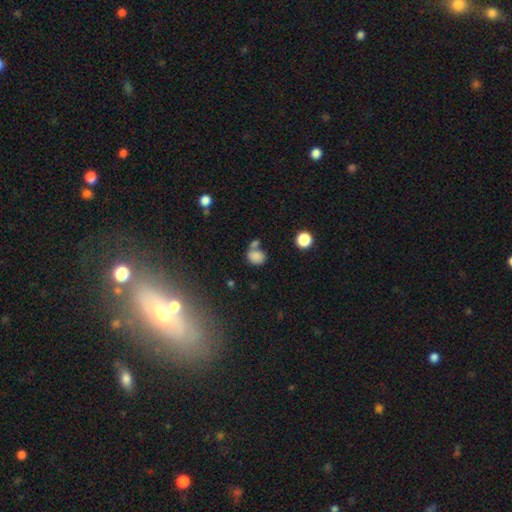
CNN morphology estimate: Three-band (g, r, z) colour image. It shows a smooth galaxy with no disk features (81%) that is round (51%). Merging: none (42%).